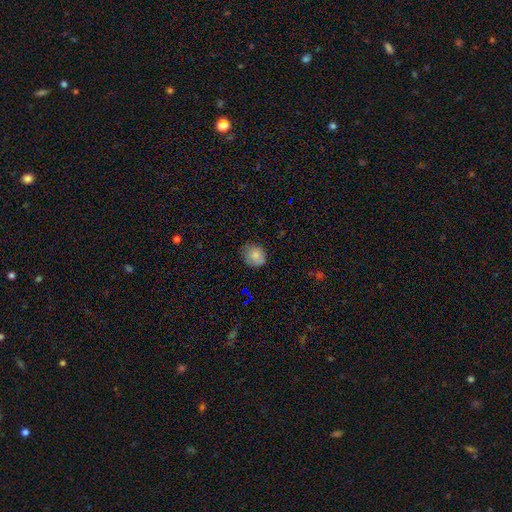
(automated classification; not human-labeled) The model was most divided on "how rounded": round: 71%, in between: 28%, cigar-shaped: 1%. More confident: smooth or featured — smooth (81%); merging — none (73%).